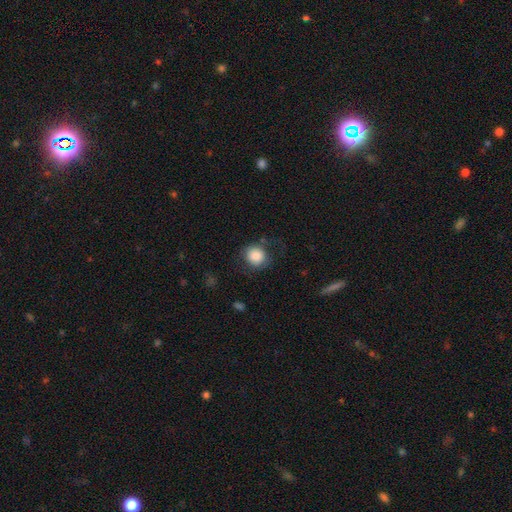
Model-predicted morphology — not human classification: smooth_or_featured: smooth (p=0.85) [alt: star or artifact p=0.08]
how_rounded: round (p=0.82) [alt: in between p=0.17]
merging: none (p=0.68) [alt: minor disturbance p=0.19]